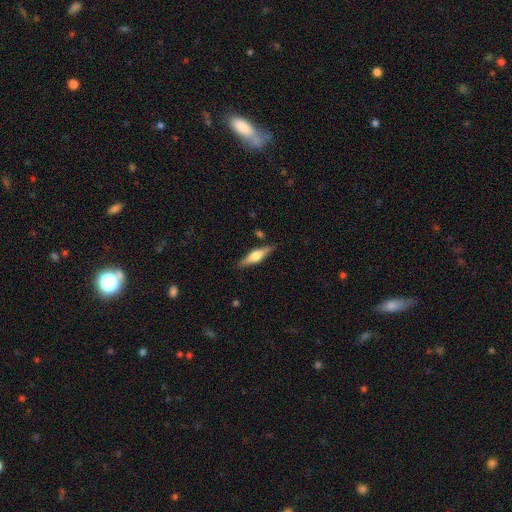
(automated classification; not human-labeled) The model was most divided on "smooth or featured": featured or disk: 58%, smooth: 36%, star or artifact: 6%. More confident: edge-on disk — yes (96%); edge-on bulge — rounded (89%); merging — none (85%).